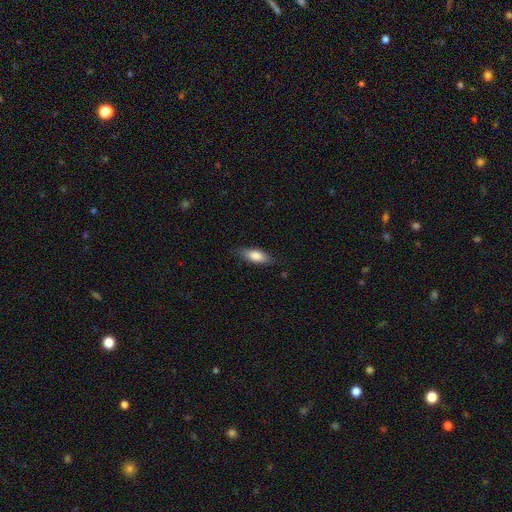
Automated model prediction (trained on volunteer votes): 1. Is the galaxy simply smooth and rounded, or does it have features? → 79% smooth, 14% featured or disk, 6% star or artifact.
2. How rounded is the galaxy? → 73% in between, 24% cigar-shaped, 3% round.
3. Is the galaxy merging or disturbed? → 81% none, 15% minor disturbance, 3% major disturbance, 1% merger.